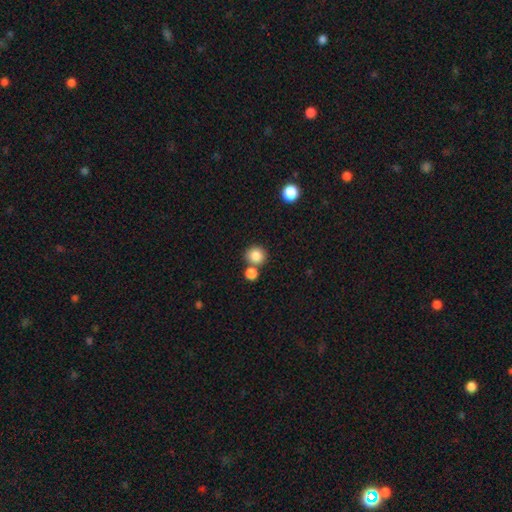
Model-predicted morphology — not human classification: This is clearly a smooth galaxy (85%). How rounded: clearly round (88%). Merging: likely none (65%).